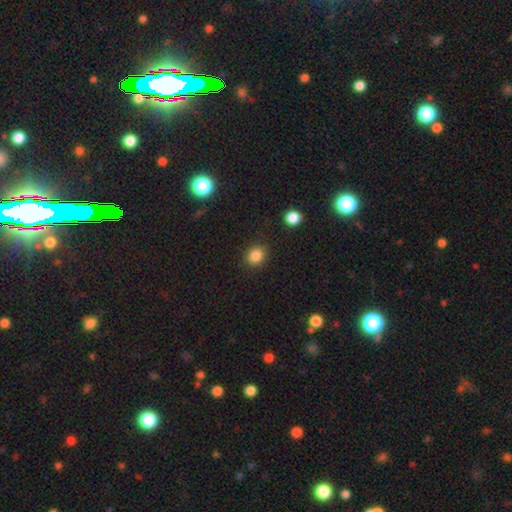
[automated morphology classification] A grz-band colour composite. It shows a smooth galaxy with no disk features (85%) that is round (78%). Merging: none (86%).